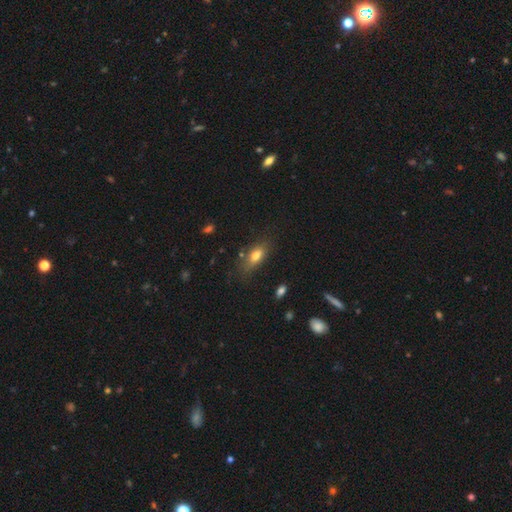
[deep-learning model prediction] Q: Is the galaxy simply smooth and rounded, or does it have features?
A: smooth — 73%.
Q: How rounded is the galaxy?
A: in between — 79%.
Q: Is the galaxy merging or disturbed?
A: none — 70%.